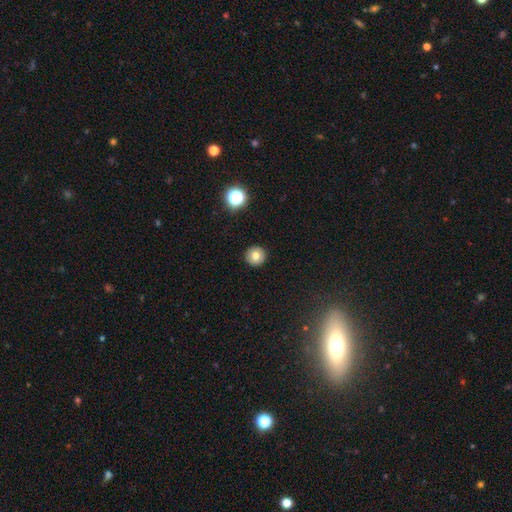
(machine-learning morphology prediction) smooth 78%, star or artifact 12%, featured or disk 11%. Down the decision tree: how rounded — round (95%); merging — none (93%).